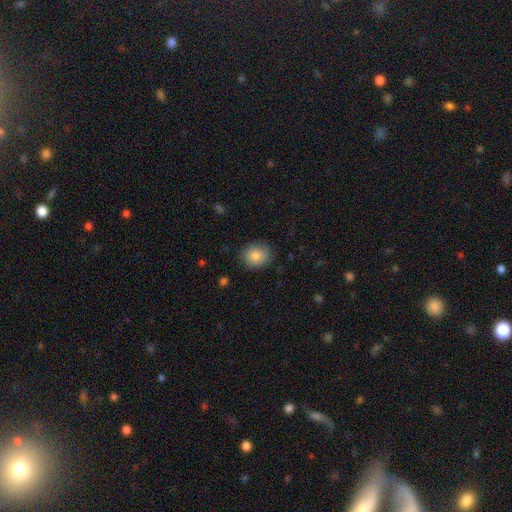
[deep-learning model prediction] smooth_or_featured: smooth (p=0.85) [alt: star or artifact p=0.08]
how_rounded: round (p=0.68) [alt: in between p=0.31]
merging: none (p=0.87) [alt: minor disturbance p=0.09]